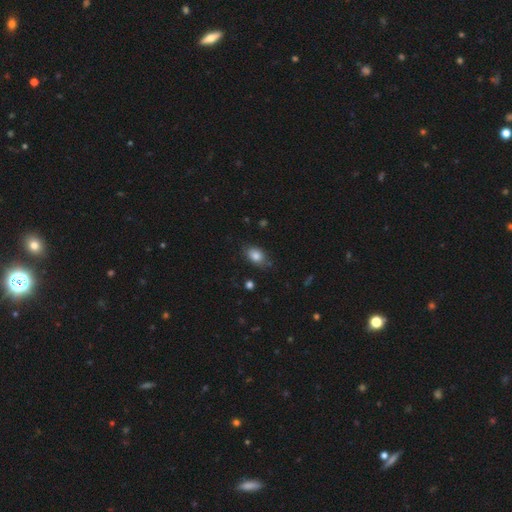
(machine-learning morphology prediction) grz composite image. It shows a smooth galaxy with no disk features (83%) that is in between round and cigar-shaped (81%). Merging: none (77%).